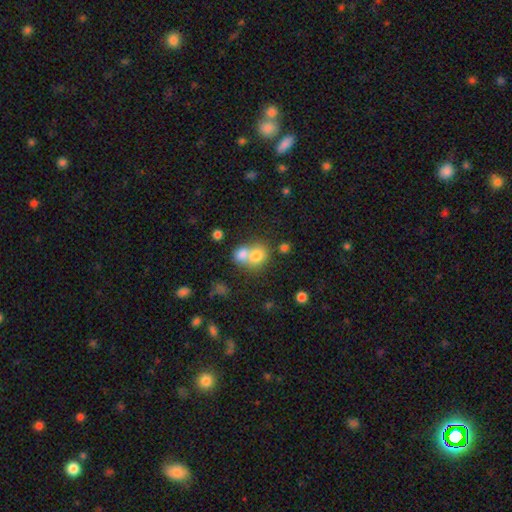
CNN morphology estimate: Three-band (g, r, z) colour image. It shows a smooth galaxy with no disk features (75%) that is round (69%). Merging: merger (65%).